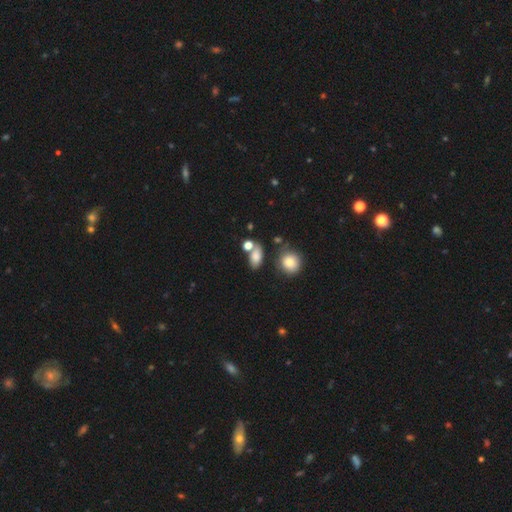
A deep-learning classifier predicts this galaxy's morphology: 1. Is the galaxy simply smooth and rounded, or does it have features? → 79% smooth, 12% star or artifact, 9% featured or disk.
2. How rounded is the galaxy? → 81% in between, 15% round, 4% cigar-shaped.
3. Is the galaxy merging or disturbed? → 54% none, 23% merger, 16% minor disturbance, 6% major disturbance.